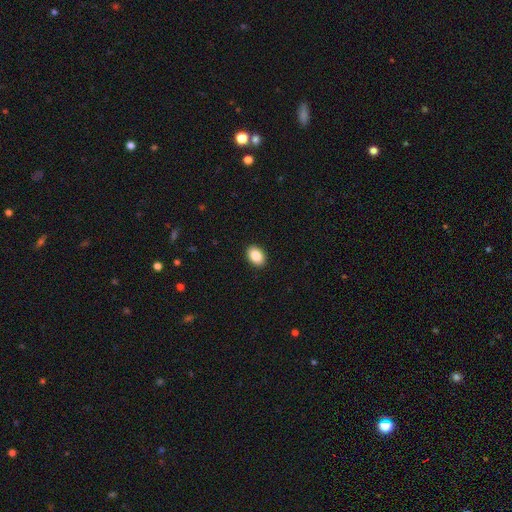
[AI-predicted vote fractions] Smooth or featured? smooth (88%)
How rounded? in between (81%)
Merging? none (92%)